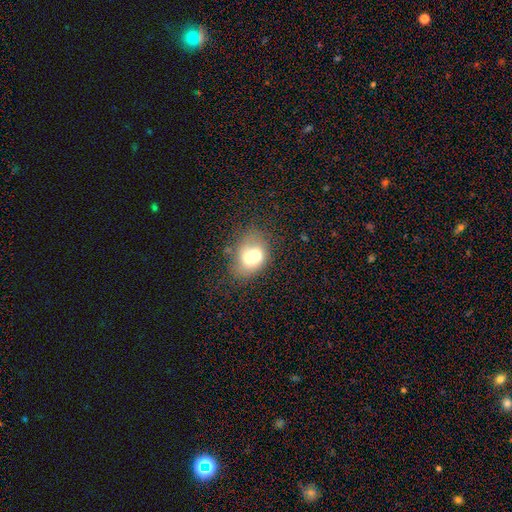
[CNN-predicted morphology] Smooth or featured? Predicted: smooth (p=0.58). How rounded? Predicted: in between (p=0.51). Merging? Predicted: merger (p=0.66).